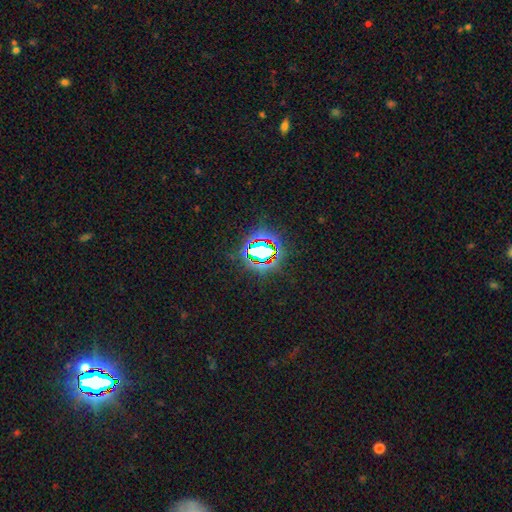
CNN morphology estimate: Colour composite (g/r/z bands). It shows a star or artifact, not a galaxy (82%).